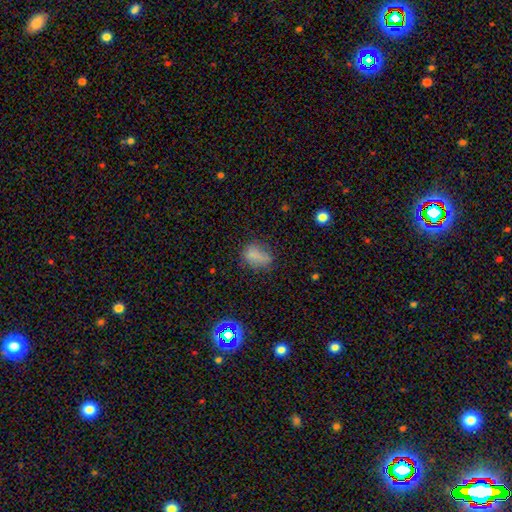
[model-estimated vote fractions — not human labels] smooth 75%, star or artifact 14%, featured or disk 11%. Down the decision tree: how rounded — in between (76%); merging — none (58%).